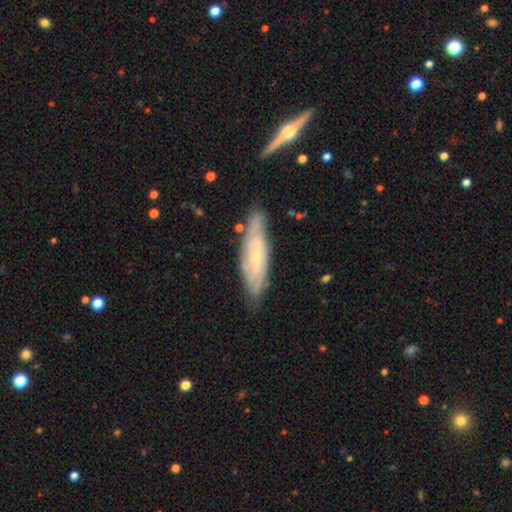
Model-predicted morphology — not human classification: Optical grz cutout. It shows a featured or disk galaxy (60%). Merging: none (75%).